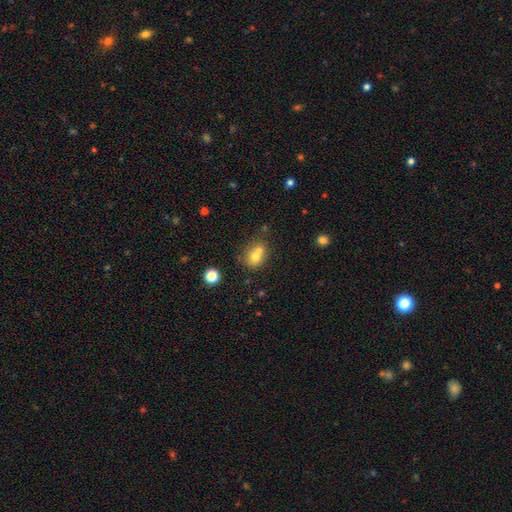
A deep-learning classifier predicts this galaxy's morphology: This is likely a smooth galaxy (69%). How rounded: likely round (63%). Merging: possibly merger (54%).